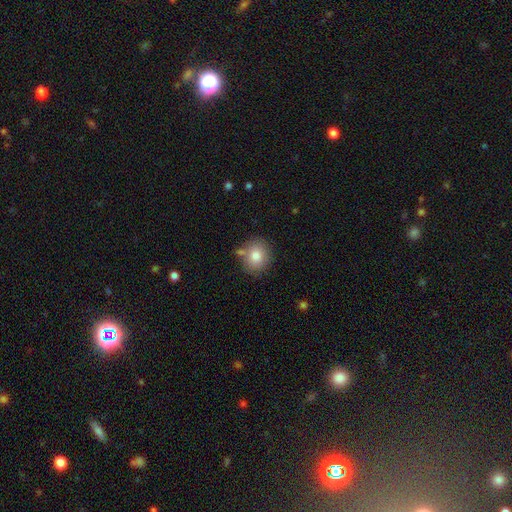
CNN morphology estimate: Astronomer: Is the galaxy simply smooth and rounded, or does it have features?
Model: smooth — 81%.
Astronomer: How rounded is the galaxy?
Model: round — 79%.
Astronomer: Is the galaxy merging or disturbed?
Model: none — 74%.